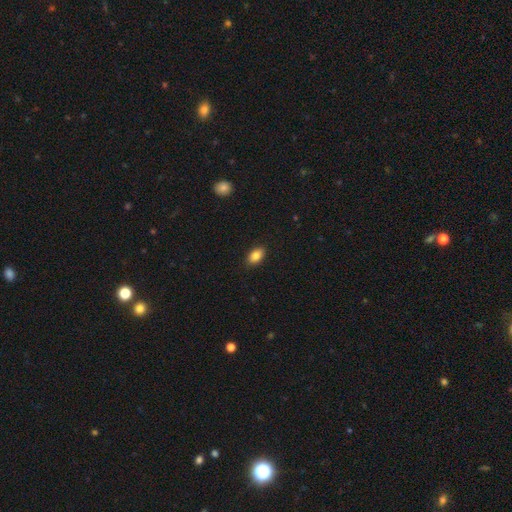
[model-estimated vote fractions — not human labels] Smooth or featured: smooth — 85% (star or artifact — 8%)
How rounded: in between — 90% (round — 8%)
Merging: none — 89% (minor disturbance — 8%)